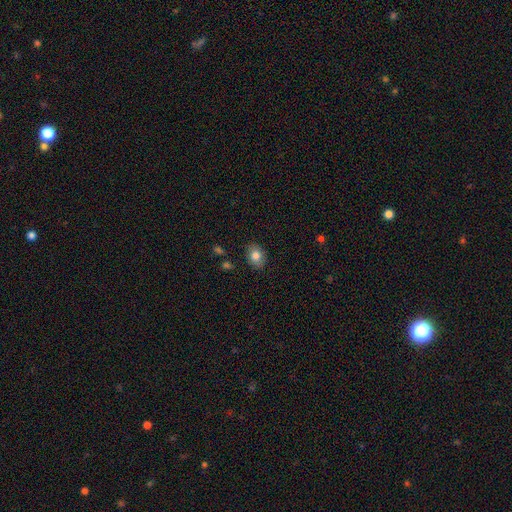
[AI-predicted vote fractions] A smooth galaxy with no disk features (81%) that is in between round and cigar-shaped (68%).

Vote fractions:
- Smooth or featured? smooth: 81% / featured or disk: 10% / star or artifact: 9%
- How rounded? in between: 68% / round: 31% / cigar-shaped: 1%
- Merging? none: 86% / minor disturbance: 10% / major disturbance: 2% / merger: 1%